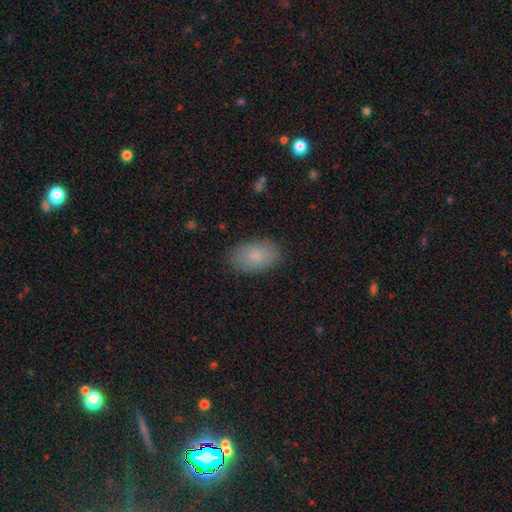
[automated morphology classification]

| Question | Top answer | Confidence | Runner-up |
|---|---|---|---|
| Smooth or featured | smooth | 84% | featured or disk (9%) |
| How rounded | in between | 92% | round (6%) |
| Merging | none | 86% | minor disturbance (10%) |